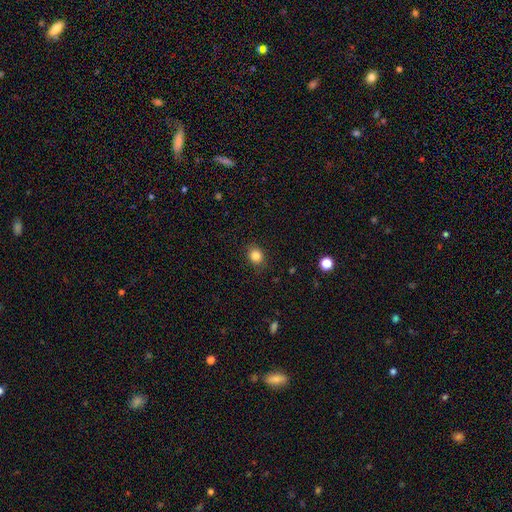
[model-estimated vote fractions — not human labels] Q: Smooth or featured?
A: smooth (84%); runner-up: star or artifact (11%)
Q: How rounded?
A: round (70%); runner-up: in between (29%)
Q: Merging?
A: none (86%); runner-up: minor disturbance (10%)